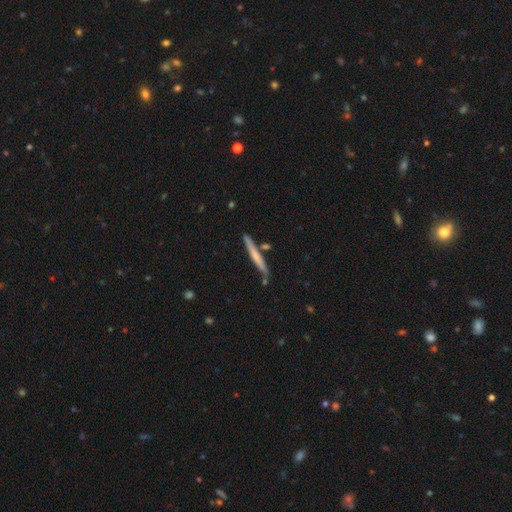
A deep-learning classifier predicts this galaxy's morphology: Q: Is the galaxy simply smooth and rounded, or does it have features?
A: smooth — 57%.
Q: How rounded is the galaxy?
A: cigar-shaped — 96%.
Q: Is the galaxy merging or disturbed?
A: none — 81%.